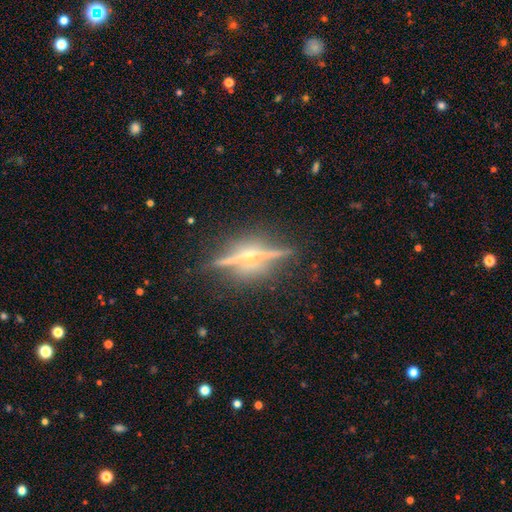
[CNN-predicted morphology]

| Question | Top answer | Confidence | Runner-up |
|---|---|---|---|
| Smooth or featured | featured or disk | 85% | star or artifact (9%) |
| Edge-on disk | yes | 97% | no (3%) |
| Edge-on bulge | rounded | 90% | none (6%) |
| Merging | none | 86% | minor disturbance (10%) |